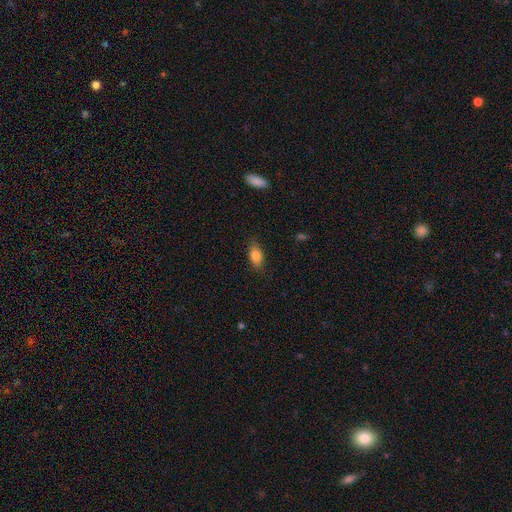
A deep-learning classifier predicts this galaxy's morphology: This appears to be a smooth galaxy with no disk features (81%) that is in between round and cigar-shaped (84%). Merging: none (82%).